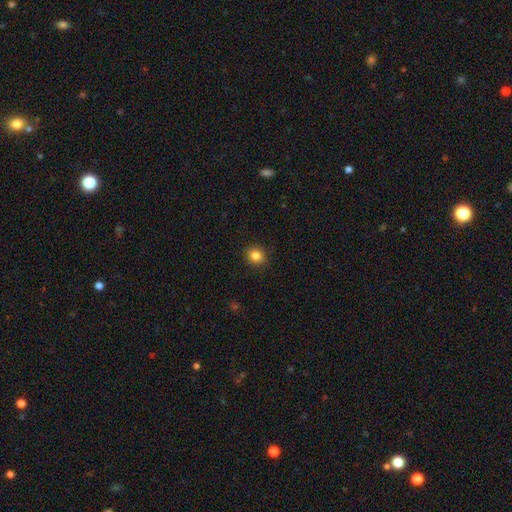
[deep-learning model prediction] Morphology: type=smooth (83%); roundness=round (82%); merging=none (91%).